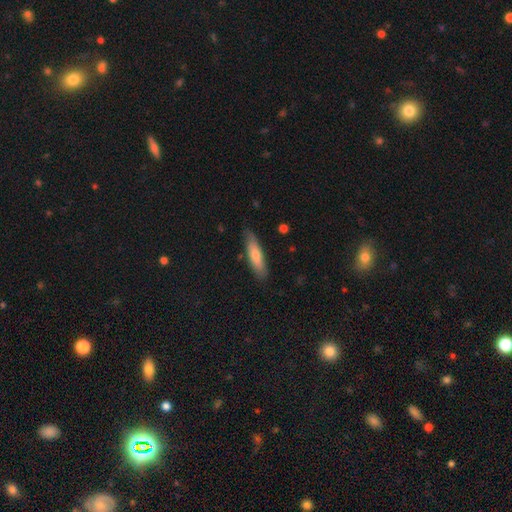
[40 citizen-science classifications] Overall: smooth (72%). How rounded: cigar-shaped (76%). Merging: none (83%).